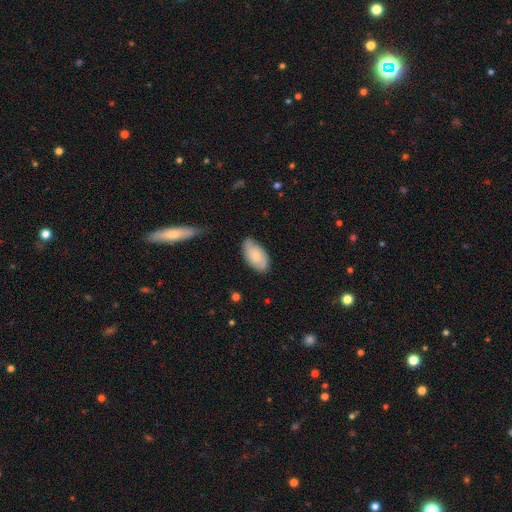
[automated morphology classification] A smooth galaxy with no disk features (73%) that is in between round and cigar-shaped (95%).

Vote fractions:
- Smooth or featured? smooth: 73% / featured or disk: 21% / star or artifact: 6%
- How rounded? in between: 95% / round: 3% / cigar-shaped: 2%
- Merging? none: 76% / minor disturbance: 20% / major disturbance: 3% / merger: 1%